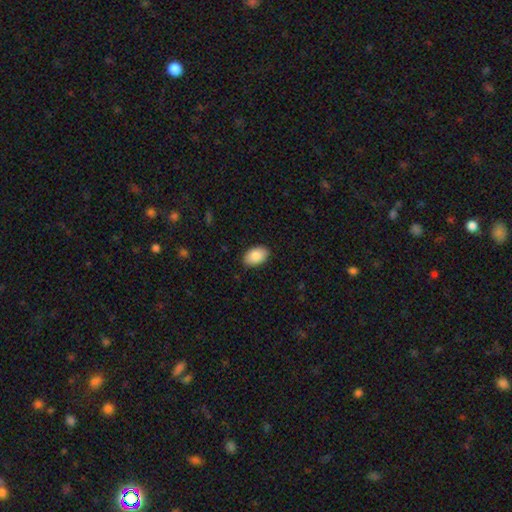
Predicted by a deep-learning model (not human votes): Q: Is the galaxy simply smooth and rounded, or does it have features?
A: smooth — 87%.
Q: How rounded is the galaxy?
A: in between — 92%.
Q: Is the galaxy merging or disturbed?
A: none — 89%.